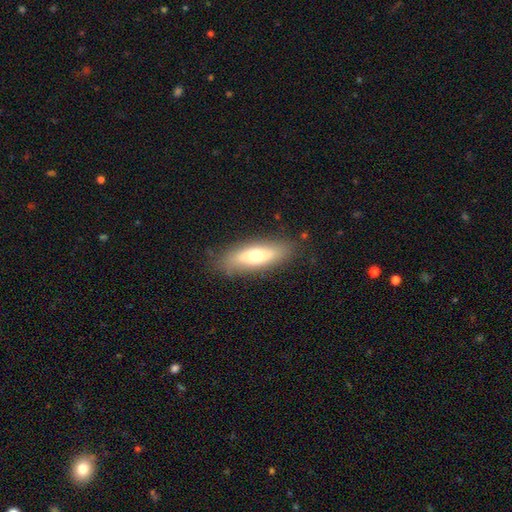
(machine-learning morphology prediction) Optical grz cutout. It shows a smooth galaxy with no disk features (59%) that is in between round and cigar-shaped (58%). Merging: none (82%).